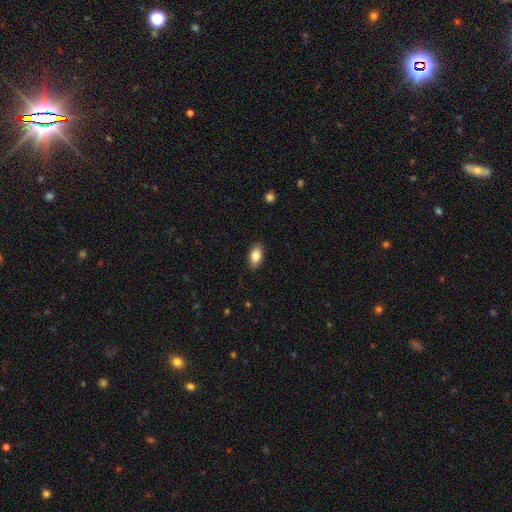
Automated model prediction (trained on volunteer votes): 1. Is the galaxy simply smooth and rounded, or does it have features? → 82% smooth, 11% featured or disk, 7% star or artifact.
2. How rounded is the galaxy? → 90% in between, 5% cigar-shaped, 5% round.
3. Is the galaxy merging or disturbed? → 86% none, 10% minor disturbance, 2% major disturbance, 1% merger.